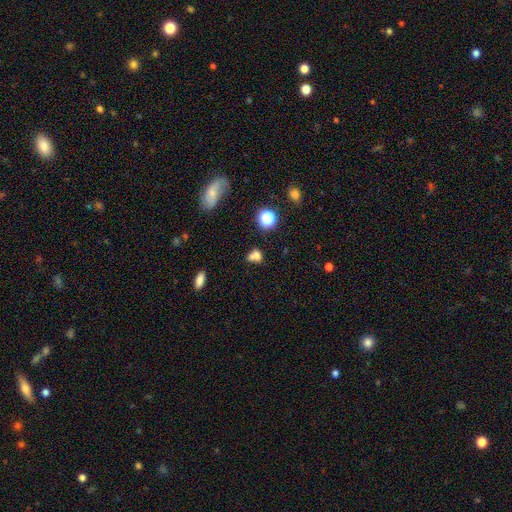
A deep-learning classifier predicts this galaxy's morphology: This appears to be a smooth galaxy with no disk features (69%) that is round (53%). Merging: merger (51%).